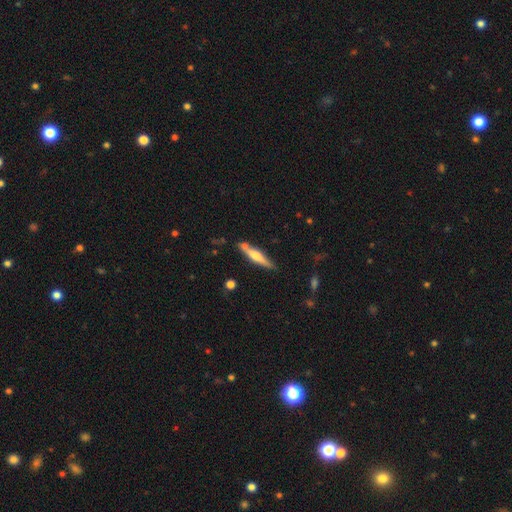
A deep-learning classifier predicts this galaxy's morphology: Q: Smooth or featured?
A: featured or disk (54%); runner-up: smooth (40%)
Q: Edge-on disk?
A: yes (95%); runner-up: no (5%)
Q: Edge-on bulge?
A: rounded (75%); runner-up: boxy (15%)
Q: Merging?
A: none (76%); runner-up: minor disturbance (13%)